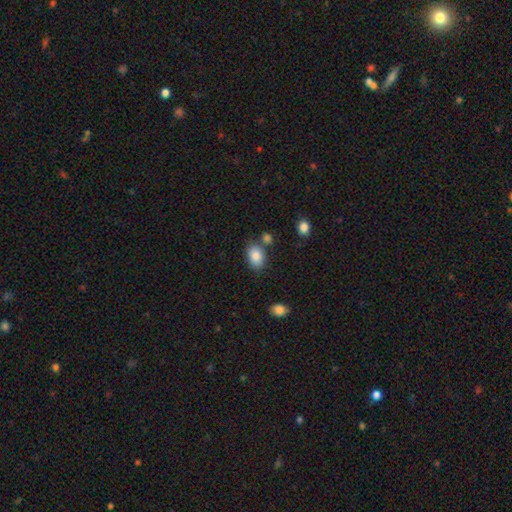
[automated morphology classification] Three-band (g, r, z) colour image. It shows a smooth galaxy with no disk features (85%) that is in between round and cigar-shaped (82%). Merging: none (71%).